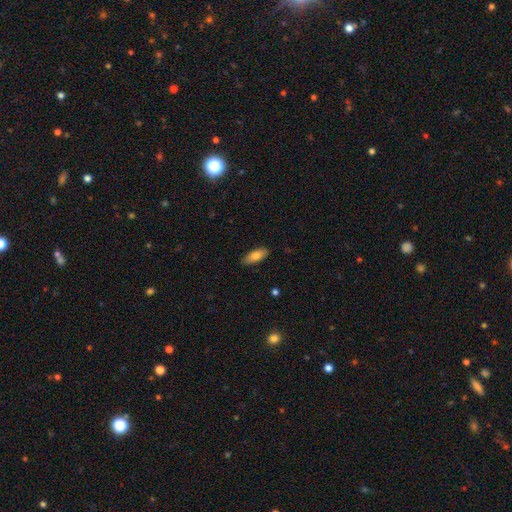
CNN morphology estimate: smooth_or_featured: smooth (p=0.80) [alt: featured or disk p=0.13]
how_rounded: in between (p=0.78) [alt: cigar-shaped p=0.20]
merging: none (p=0.87) [alt: minor disturbance p=0.10]